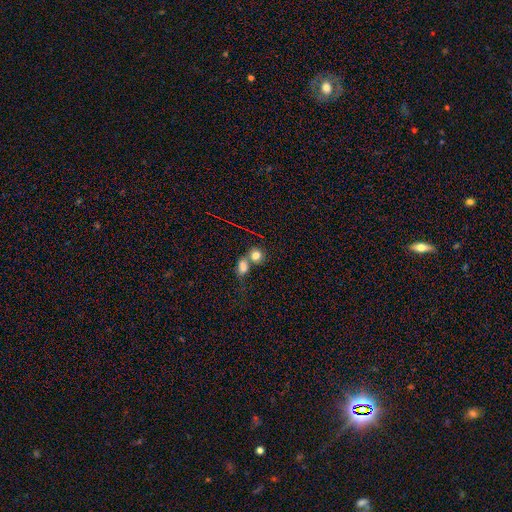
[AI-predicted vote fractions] Smooth or featured: smooth — 77% (star or artifact — 12%)
How rounded: round — 73% (in between — 25%)
Merging: merger — 50% (none — 38%)